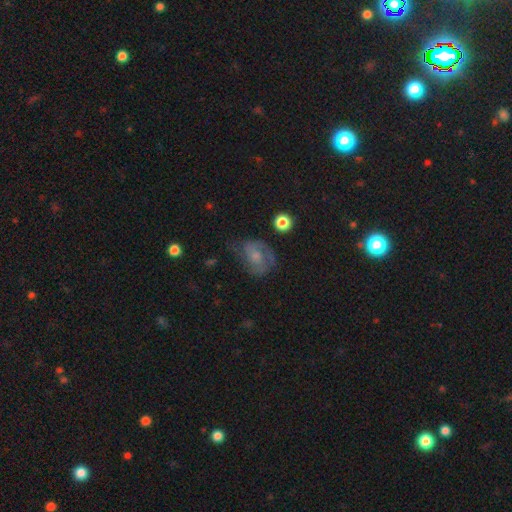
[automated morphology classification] Smooth or featured?
  - featured or disk: 53% *
  - smooth: 37%
  - star or artifact: 10%
Edge-on disk?
  - no: 97% *
  - yes: 3%
Bar?
  - no: 69% *
  - weak: 26%
  - strong: 5%
Spiral arms?
  - yes: 74% *
  - no: 26%
Bulge size?
  - small: 42% * (tied)
  - moderate: 42% * (tied)
  - none: 9%
  - large: 5%
  - dominant: 1%
Merging?
  - none: 47% *
  - minor disturbance: 29%
  - major disturbance: 21%
  - merger: 3%